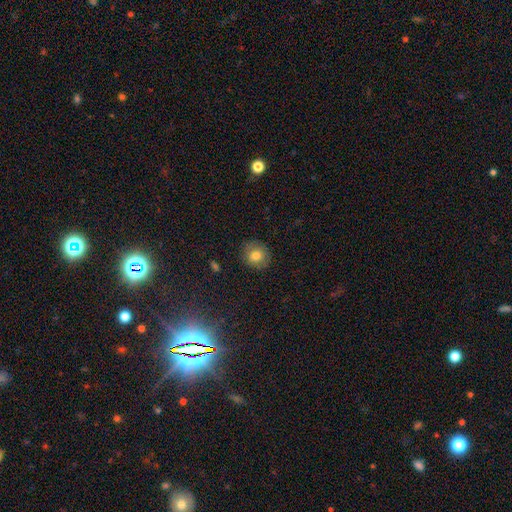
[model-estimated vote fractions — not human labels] The model was most divided on "smooth or featured": smooth: 78%, featured or disk: 11%, star or artifact: 11%. More confident: merging — none (87%); how rounded — round (86%).